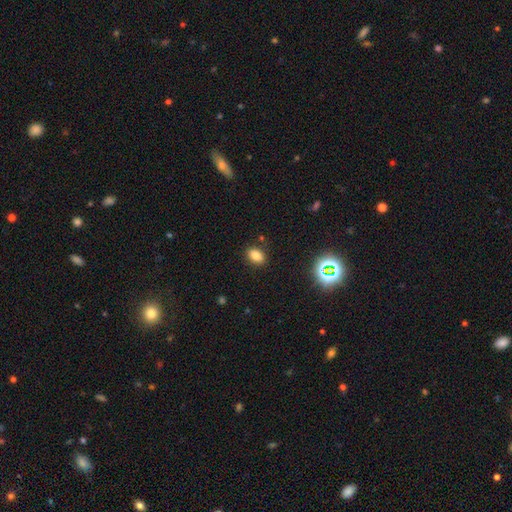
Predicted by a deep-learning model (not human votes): smooth 81%, star or artifact 14%, featured or disk 6%. Down the decision tree: how rounded — in between (79%); merging — none (86%).